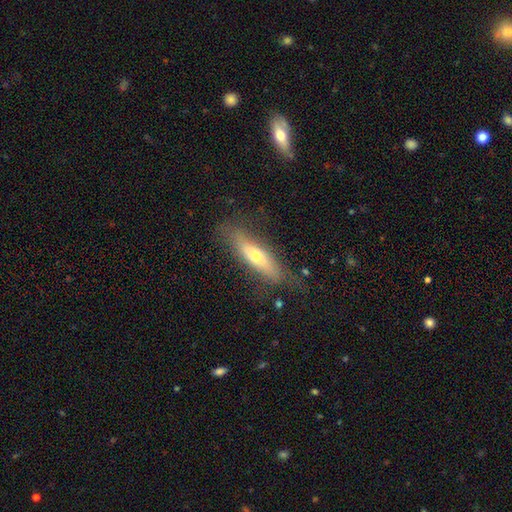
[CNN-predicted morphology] smooth 50%, featured or disk 43%, star or artifact 7%. Down the decision tree: how rounded — cigar-shaped (69%); merging — none (72%).